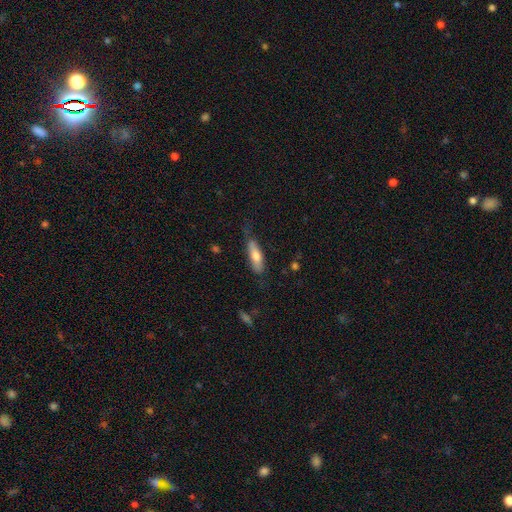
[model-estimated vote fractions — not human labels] smooth-or-featured: smooth: 65% | featured or disk: 30% | star or artifact: 6%
  how-rounded: cigar-shaped: 56% | in between: 42% | round: 2%
  merging: none: 63% | minor disturbance: 27% | major disturbance: 8% | merger: 2%